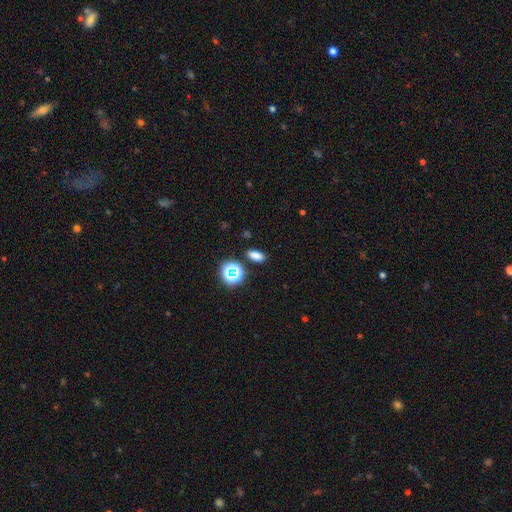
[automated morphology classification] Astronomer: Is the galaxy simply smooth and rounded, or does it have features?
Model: smooth — 75%.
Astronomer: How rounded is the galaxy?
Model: in between — 79%.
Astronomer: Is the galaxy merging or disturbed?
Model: none — 86%.